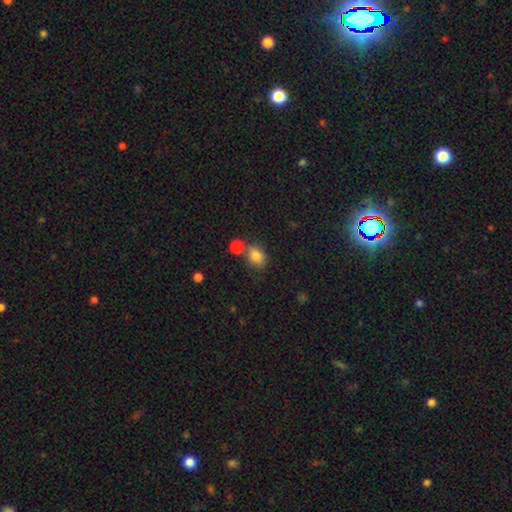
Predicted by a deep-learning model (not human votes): Q: Smooth or featured?
A: smooth (84%); runner-up: star or artifact (10%)
Q: How rounded?
A: in between (56%); runner-up: round (43%)
Q: Merging?
A: none (60%); runner-up: merger (22%)